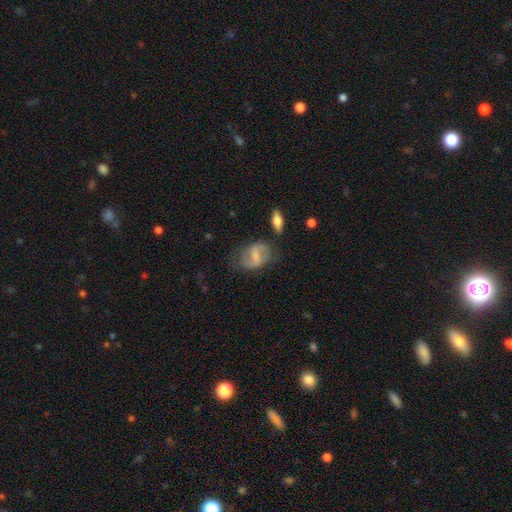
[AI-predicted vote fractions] A featured or disk galaxy (54%) with a weak bar (46%), spiral arms (74%) and a small central bulge (41%).

Vote fractions:
- Smooth or featured? featured or disk: 54% / smooth: 38% / star or artifact: 7%
- Edge-on disk? no: 95% / yes: 5%
- Bar? weak: 46% / strong: 35% / no: 18%
- Spiral arms? yes: 74% / no: 26%
- Bulge size? small: 41% / moderate: 30% / none: 23% / large: 4% / dominant: 1%
- Merging? none: 62% / minor disturbance: 23% / major disturbance: 11% / merger: 4%